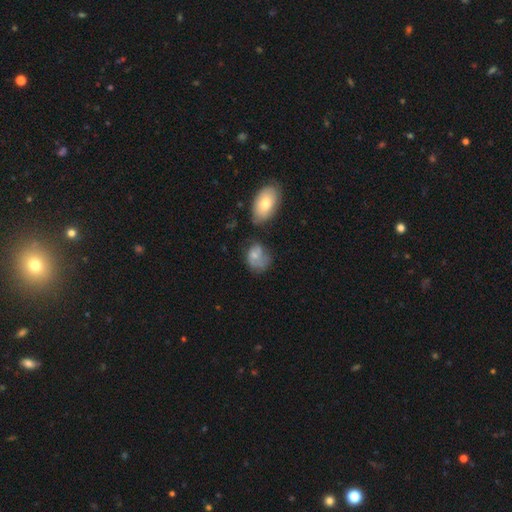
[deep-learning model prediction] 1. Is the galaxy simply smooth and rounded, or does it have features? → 64% smooth, 27% featured or disk, 9% star or artifact.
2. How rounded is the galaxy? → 55% in between, 43% round, 1% cigar-shaped.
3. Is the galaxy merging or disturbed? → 33% none, 29% minor disturbance, 23% major disturbance, 15% merger.